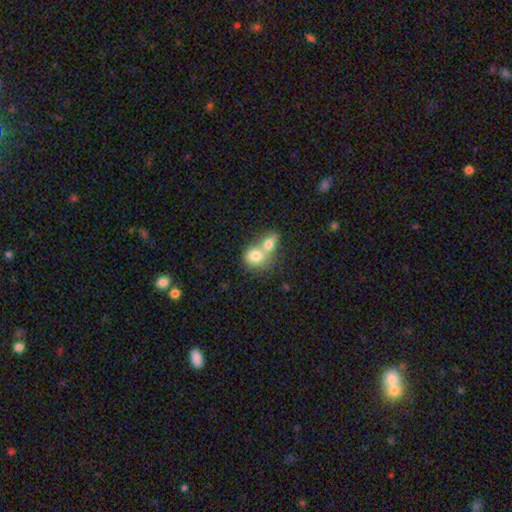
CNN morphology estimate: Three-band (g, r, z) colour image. It shows a smooth galaxy with no disk features (76%) that is round (60%). Merging: merger (73%).